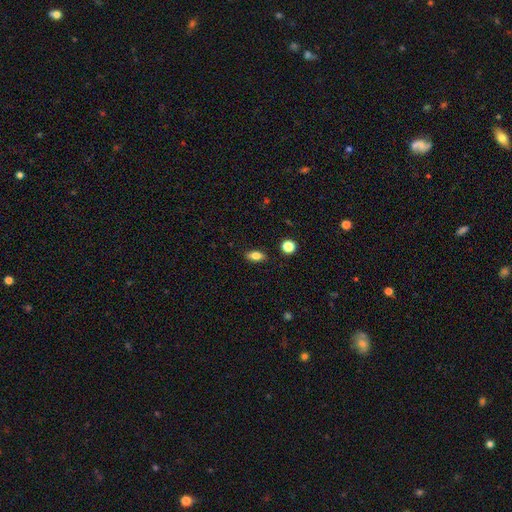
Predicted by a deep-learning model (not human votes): This is likely a smooth galaxy (78%). How rounded: clearly in between (83%). Merging: clearly none (87%).